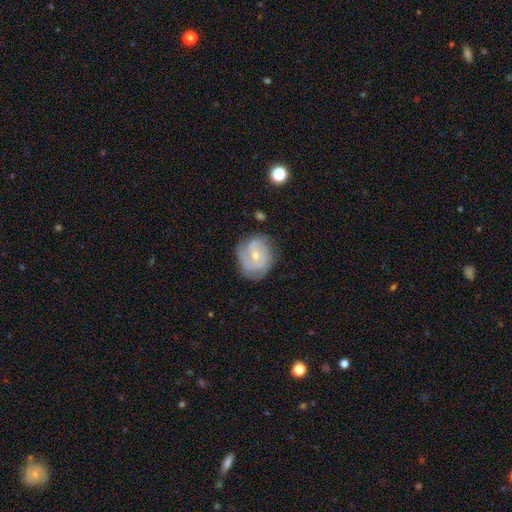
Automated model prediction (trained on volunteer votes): Morphology: type=featured or disk (71%); edge-on=no (97%); bar=no (57%); spiral arms=yes (87%); winding=tight (52%); arm count=2 (31%); bulge=small (58%); merging=none (68%).